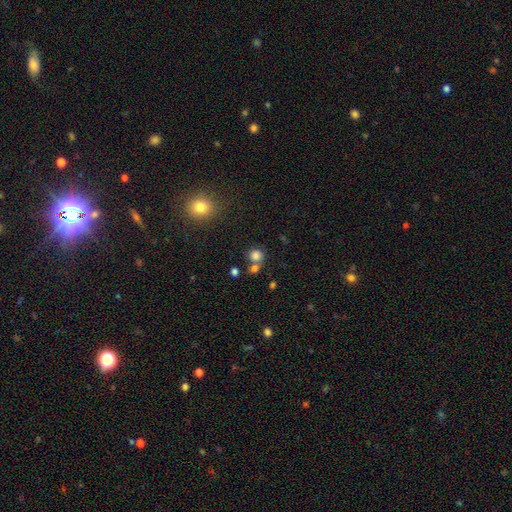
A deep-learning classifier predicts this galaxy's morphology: Overall: smooth (79%). How rounded: round (85%). Merging: none (59%; merger 28%).